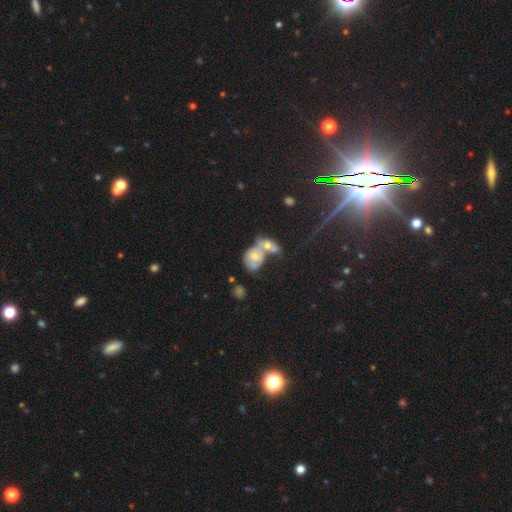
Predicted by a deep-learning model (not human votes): The model was most divided on "smooth or featured": smooth: 51%, featured or disk: 37%, star or artifact: 11%. More confident: how rounded — in between (71%); merging — merger (70%).